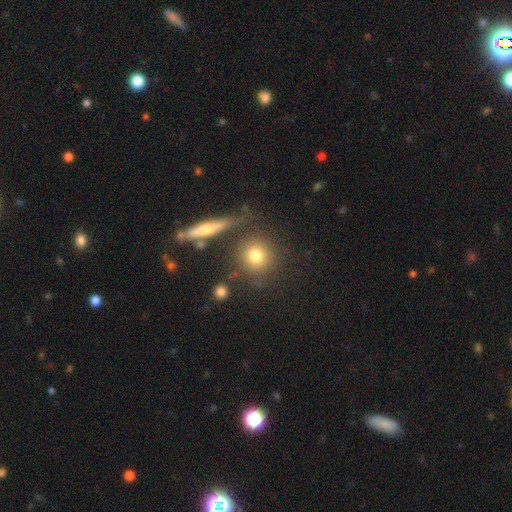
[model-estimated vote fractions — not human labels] A smooth galaxy with no disk features (76%) that is round (87%).

Vote fractions:
- Smooth or featured? smooth: 76% / featured or disk: 13% / star or artifact: 11%
- How rounded? round: 87% / in between: 10% / cigar-shaped: 3%
- Merging? none: 78% / minor disturbance: 10% / merger: 8% / major disturbance: 4%